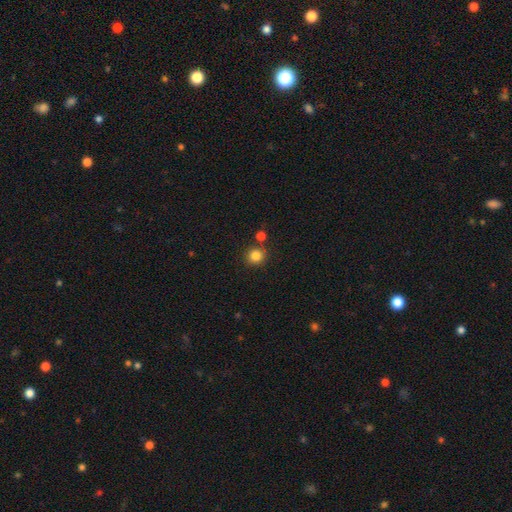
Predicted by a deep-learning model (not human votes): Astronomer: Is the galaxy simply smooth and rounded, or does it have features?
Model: smooth — 84%.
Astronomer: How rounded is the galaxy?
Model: round — 88%.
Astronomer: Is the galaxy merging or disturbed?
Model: none — 79%.